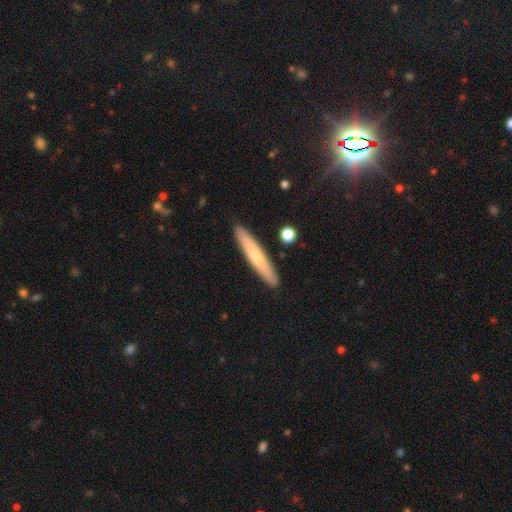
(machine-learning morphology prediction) smooth 65%, featured or disk 29%, star or artifact 6%. Down the decision tree: how rounded — cigar-shaped (94%); merging — none (90%).